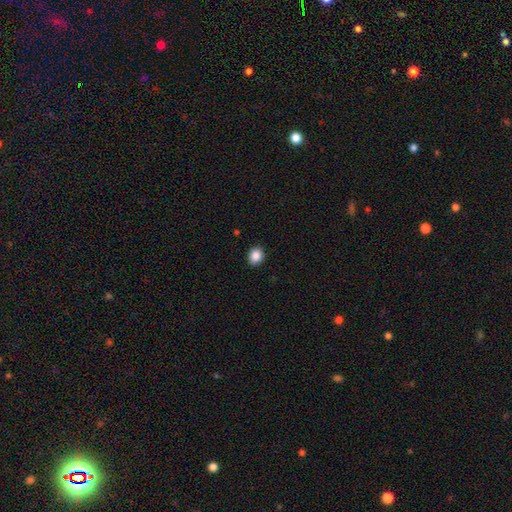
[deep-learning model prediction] Smooth or featured: smooth — 88% (star or artifact — 9%)
How rounded: round — 60% (in between — 39%)
Merging: none — 90% (minor disturbance — 7%)